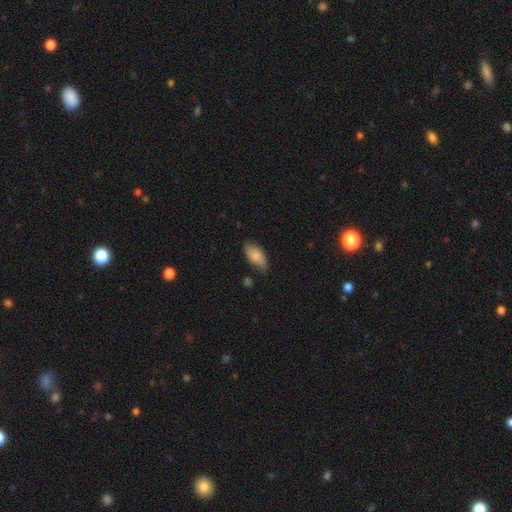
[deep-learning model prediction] A smooth galaxy with no disk features (79%) that is in between round and cigar-shaped (92%).

Vote fractions:
- Smooth or featured? smooth: 79% / featured or disk: 15% / star or artifact: 7%
- How rounded? in between: 92% / cigar-shaped: 5% / round: 3%
- Merging? none: 67% / minor disturbance: 26% / major disturbance: 4% / merger: 2%